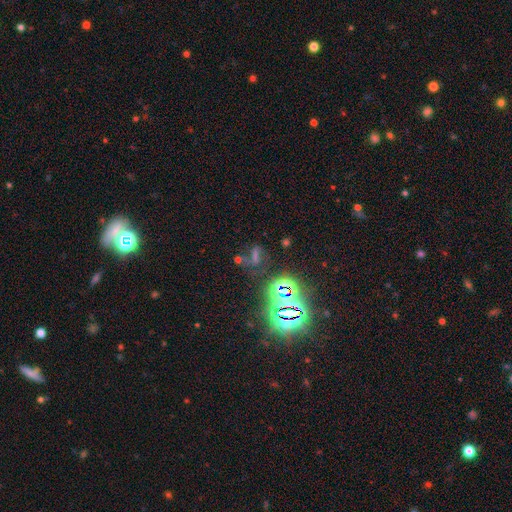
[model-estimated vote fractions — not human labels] Smooth or featured: star or artifact — 56% (smooth — 24%)